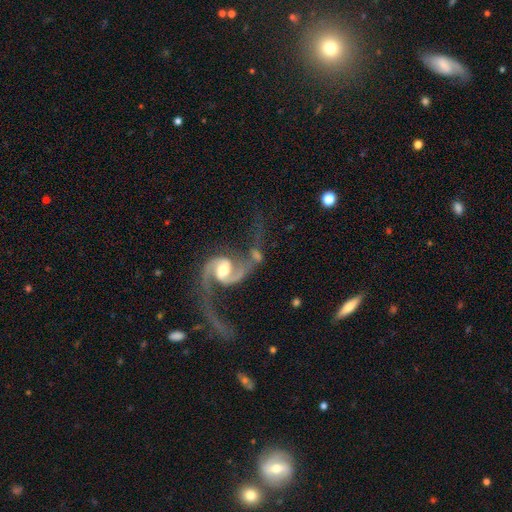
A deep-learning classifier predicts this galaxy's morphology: featured or disk 89%, smooth 5%, star or artifact 5%. Down the decision tree: edge-on disk — no (97%); bar — no (42%); spiral arms — yes (96%); spiral arm count — 2 (91%); spiral winding — loose (57%); bulge size — moderate (63%); merging — none (40%).